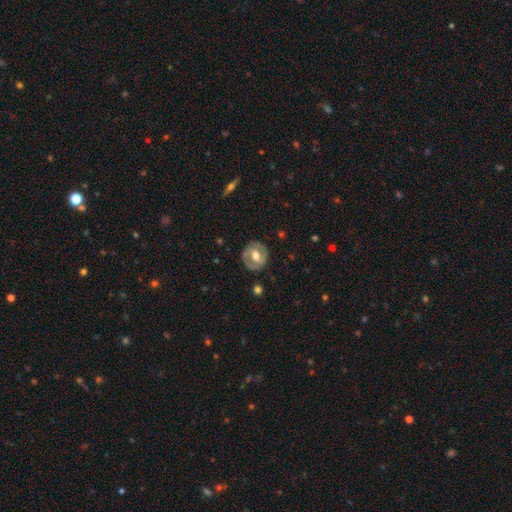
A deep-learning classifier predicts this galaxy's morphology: This appears to be a featured or disk galaxy (56%) with a weak bar (42%), no spiral arms (53%) and a moderate central bulge (75%). Merging: none (81%).